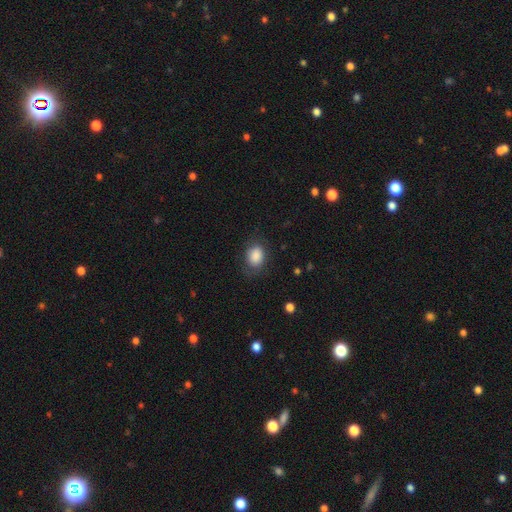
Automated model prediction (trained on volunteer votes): Smooth or featured?
  - smooth: 86% *
  - star or artifact: 7%
  - featured or disk: 6%
How rounded?
  - in between: 65% *
  - round: 34%
  - cigar-shaped: 1%
Merging?
  - none: 75% *
  - minor disturbance: 17%
  - major disturbance: 7%
  - merger: 1%